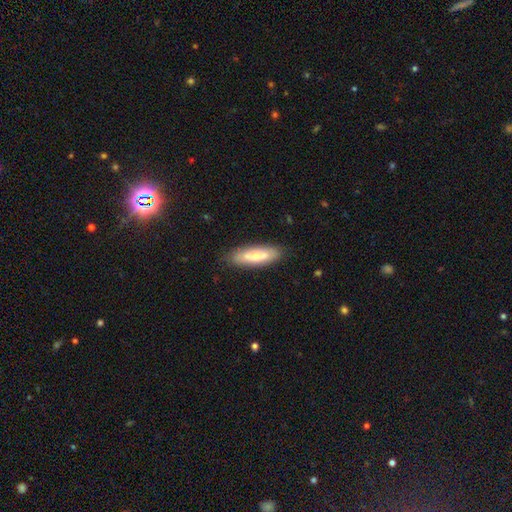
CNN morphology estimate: type=smooth (57%); roundness=cigar-shaped (50%); merging=none (82%).